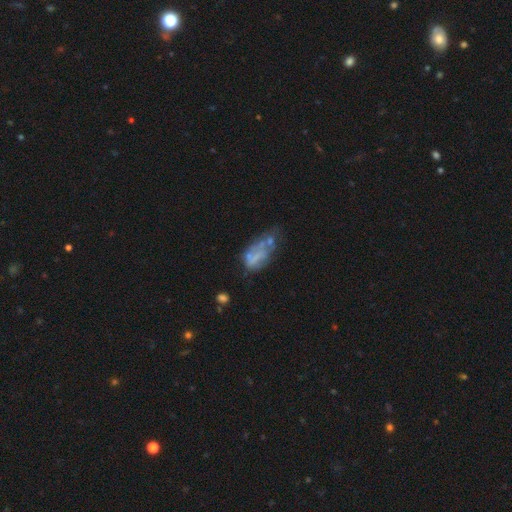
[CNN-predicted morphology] Smooth or featured: featured or disk — 50% (smooth — 37%)
Merging: major disturbance — 29% (none — 27%)